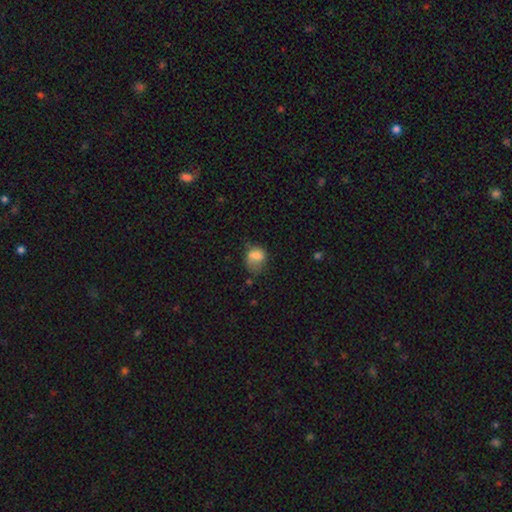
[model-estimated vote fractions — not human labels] This is likely a smooth galaxy (75%). How rounded: possibly in between (54%). Merging: marginally minor disturbance (34%, tied with none).